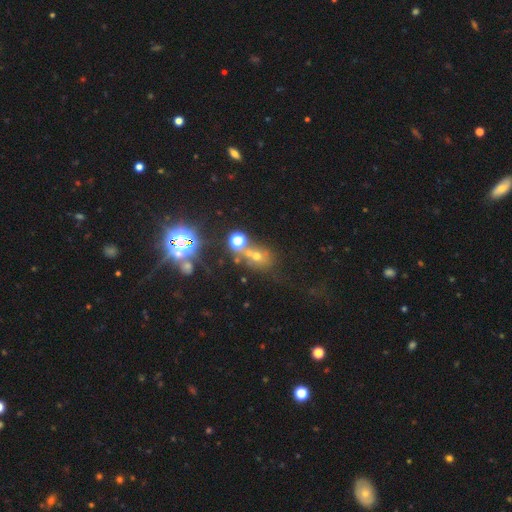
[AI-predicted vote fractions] Morphology: type=star or artifact (45%).